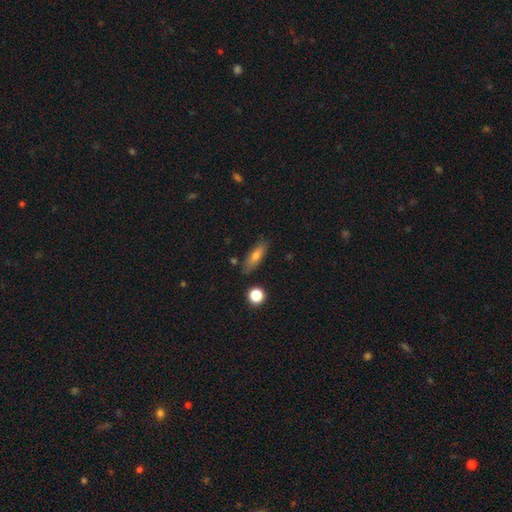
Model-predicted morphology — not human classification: Smooth or featured: smooth — 68% (featured or disk — 23%)
How rounded: in between — 49% (cigar-shaped — 47%)
Merging: none — 80% (minor disturbance — 13%)